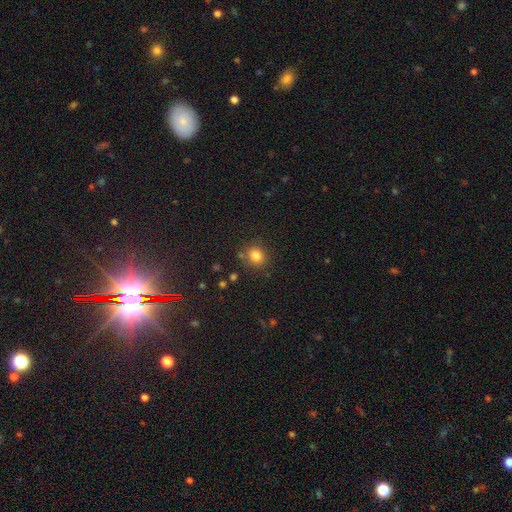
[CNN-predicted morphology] smooth_or_featured: smooth (p=0.81) [alt: star or artifact p=0.13]
how_rounded: round (p=0.79) [alt: in between p=0.20]
merging: none (p=0.81) [alt: minor disturbance p=0.10]